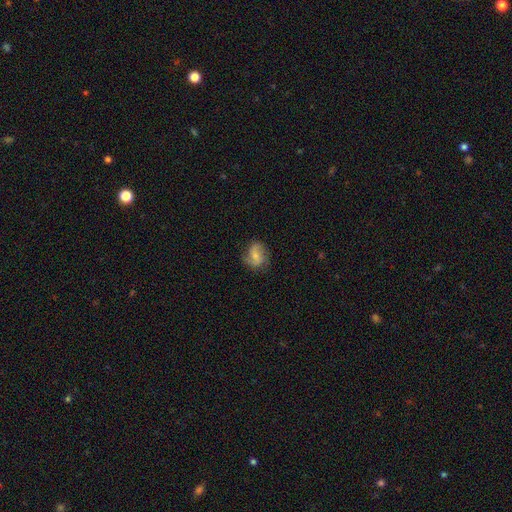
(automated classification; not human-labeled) Smooth or featured?
  - featured or disk: 53% *
  - smooth: 39%
  - star or artifact: 8%
Edge-on disk?
  - no: 97% *
  - yes: 3%
Bar?
  - no: 44% *
  - weak: 41%
  - strong: 14%
Spiral arms?
  - yes: 88% *
  - no: 12%
Bulge size?
  - small: 49% *
  - moderate: 36%
  - none: 10%
  - large: 3%
  - dominant: 1%
Merging?
  - none: 68% *
  - minor disturbance: 21%
  - major disturbance: 9%
  - merger: 1%